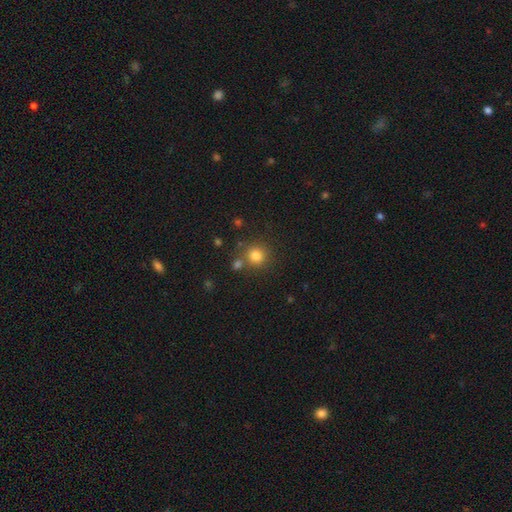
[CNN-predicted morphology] Smooth or featured: smooth — 80% (star or artifact — 13%)
How rounded: round — 91% (in between — 8%)
Merging: none — 73% (merger — 14%)